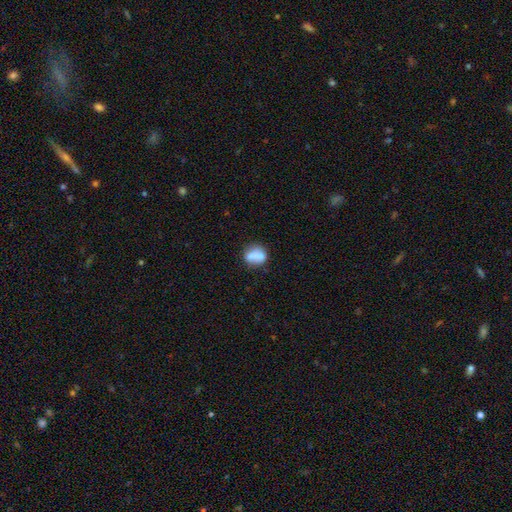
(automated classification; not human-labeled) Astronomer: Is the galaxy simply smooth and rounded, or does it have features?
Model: smooth — 76%.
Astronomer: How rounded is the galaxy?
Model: round — 59% (runner-up: in between, 38%).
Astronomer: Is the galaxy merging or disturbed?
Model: none — 53%.